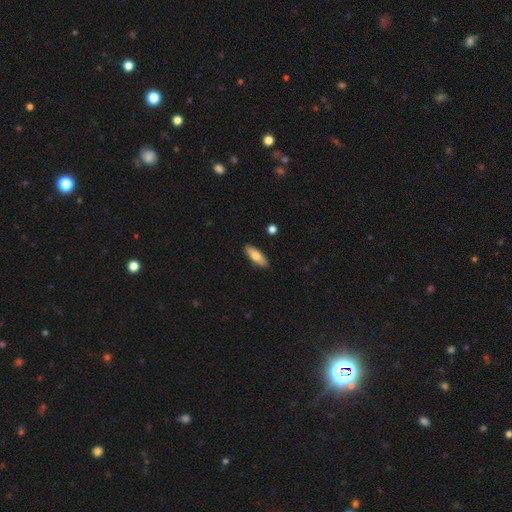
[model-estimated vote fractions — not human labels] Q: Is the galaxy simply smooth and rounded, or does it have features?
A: smooth — 72%.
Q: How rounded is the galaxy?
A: in between — 58%.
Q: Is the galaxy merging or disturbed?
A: none — 89%.